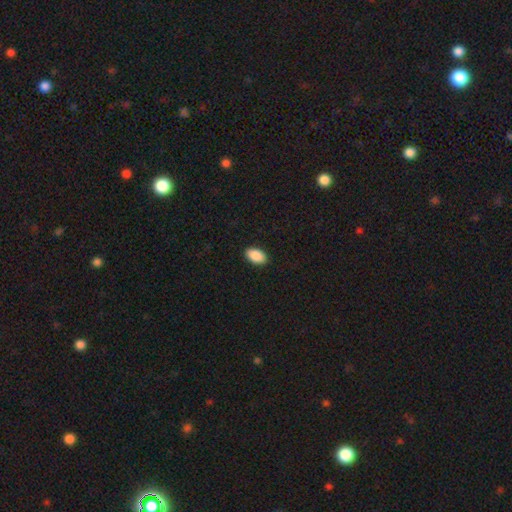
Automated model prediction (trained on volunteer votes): Smooth or featured: smooth — 90% (star or artifact — 7%)
How rounded: in between — 93% (round — 5%)
Merging: none — 91% (minor disturbance — 7%)